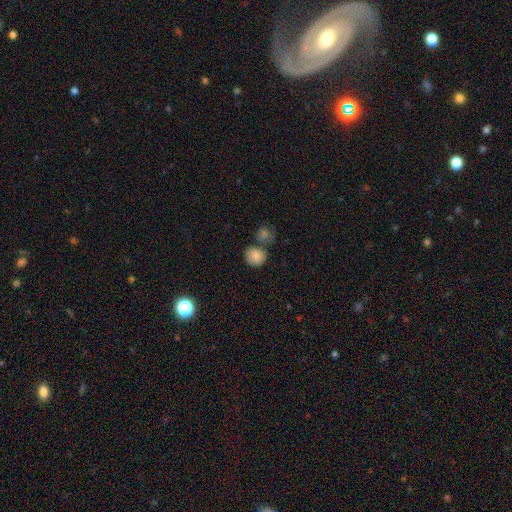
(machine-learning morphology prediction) A smooth galaxy with no disk features (84%) that is round (81%). Merging: none (59%).